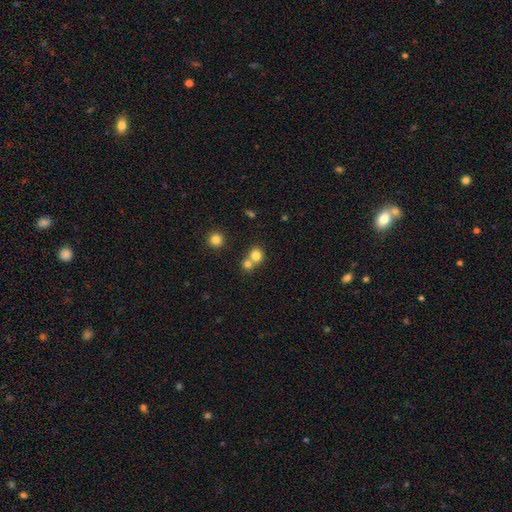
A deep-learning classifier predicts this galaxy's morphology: Overall: smooth (79%). How rounded: round (85%). Merging: none (47%; merger 45%).